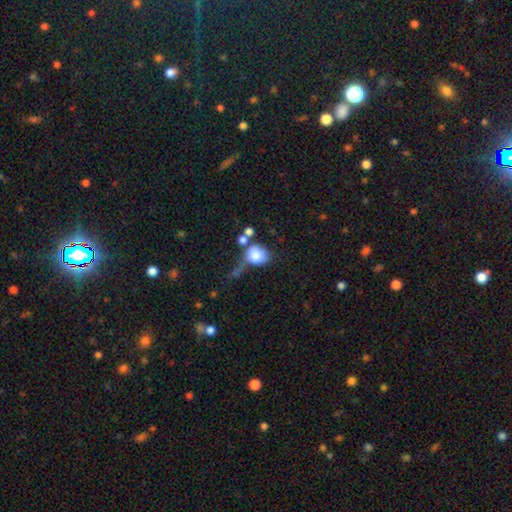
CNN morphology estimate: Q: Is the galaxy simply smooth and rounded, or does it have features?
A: smooth — 76%.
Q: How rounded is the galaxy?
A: round — 56%.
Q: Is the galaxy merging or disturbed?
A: none — 30%.